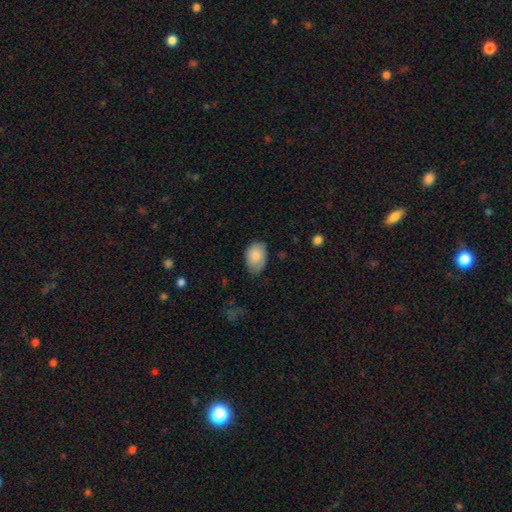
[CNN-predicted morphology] smooth 84%, featured or disk 9%, star or artifact 7%. Down the decision tree: how rounded — in between (85%); merging — none (73%).